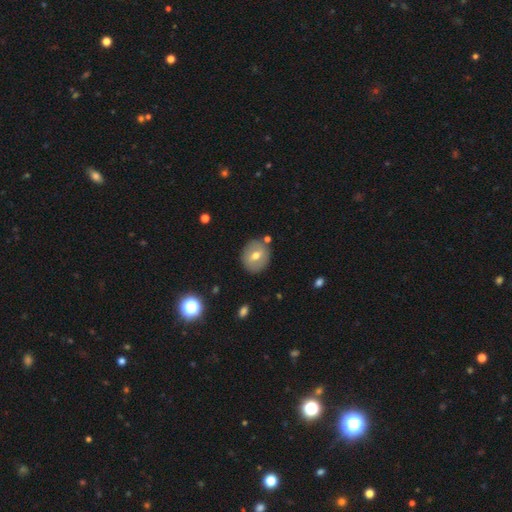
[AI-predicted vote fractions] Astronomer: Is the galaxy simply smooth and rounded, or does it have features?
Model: smooth — 56% (runner-up: featured or disk, 35%).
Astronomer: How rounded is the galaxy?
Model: round — 73%.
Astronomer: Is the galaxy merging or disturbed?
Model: none — 83%.